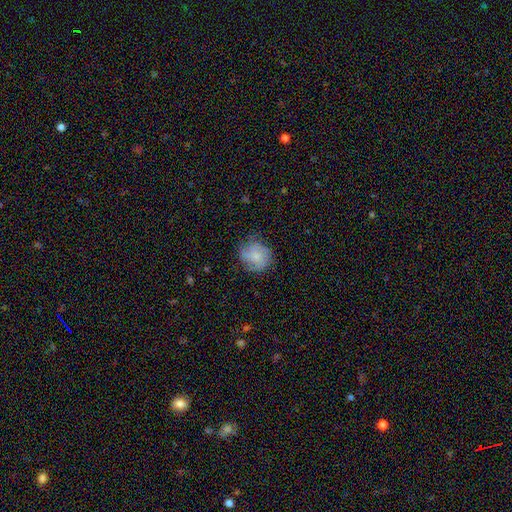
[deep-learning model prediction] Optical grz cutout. It shows a smooth galaxy with no disk features (58%) that is round (81%). Merging: none (68%).